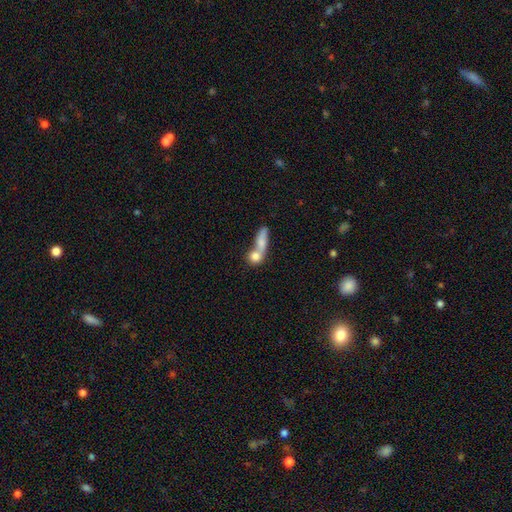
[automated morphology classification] The model was most divided on "how rounded": round: 51%, in between: 33%, cigar-shaped: 17%. More confident: smooth or featured — smooth (75%); merging — merger (62%).